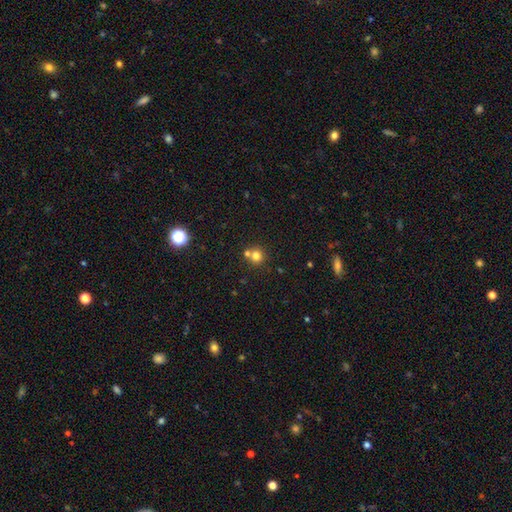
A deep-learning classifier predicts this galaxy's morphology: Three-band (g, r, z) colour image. It shows a smooth galaxy with no disk features (75%) that is round (91%). Merging: none (59%).